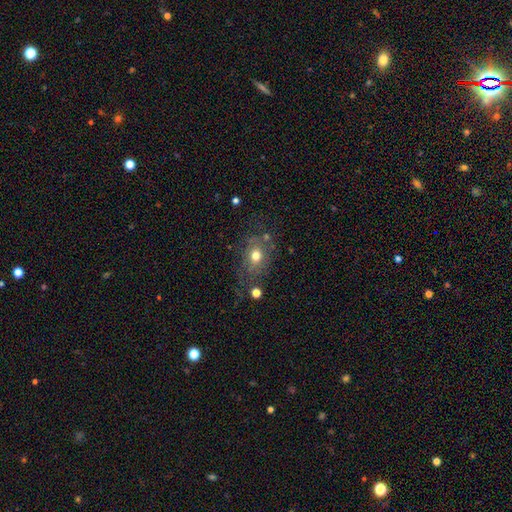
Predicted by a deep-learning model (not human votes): Overall: smooth (64%; featured or disk 24%). How rounded: in between (56%; round 42%). Merging: none (58%; minor disturbance 22%).